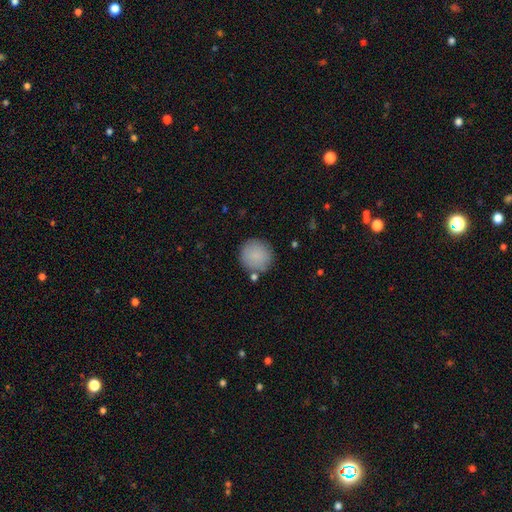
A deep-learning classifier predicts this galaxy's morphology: This is clearly a smooth galaxy (87%). How rounded: clearly round (95%). Merging: clearly none (81%).